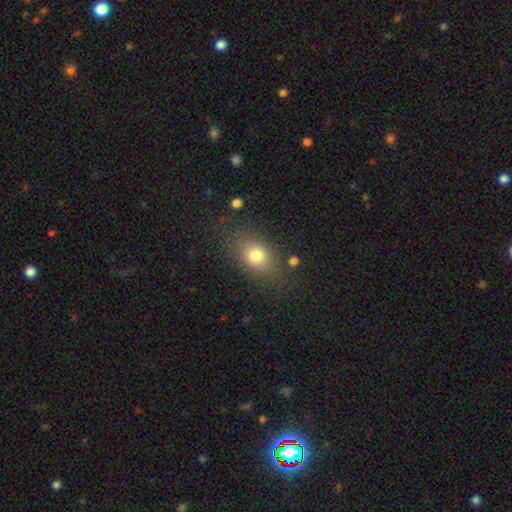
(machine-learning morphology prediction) Smooth or featured? smooth (77%)
How rounded? in between (69%)
Merging? none (78%)